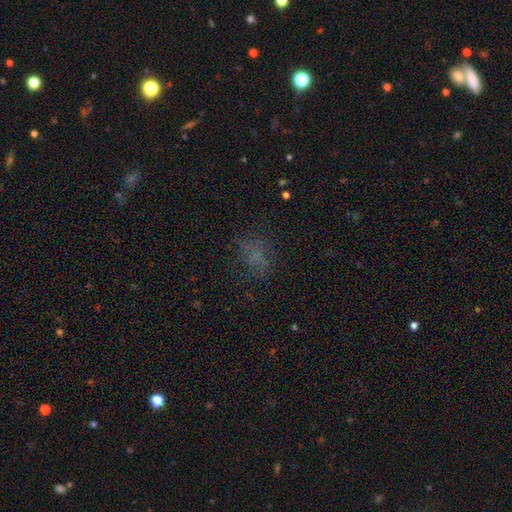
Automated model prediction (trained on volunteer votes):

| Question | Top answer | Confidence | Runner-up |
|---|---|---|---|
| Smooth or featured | smooth | 51% | star or artifact (29%) |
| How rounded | in between | 59% | round (39%) |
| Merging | none | 62% | major disturbance (18%) |